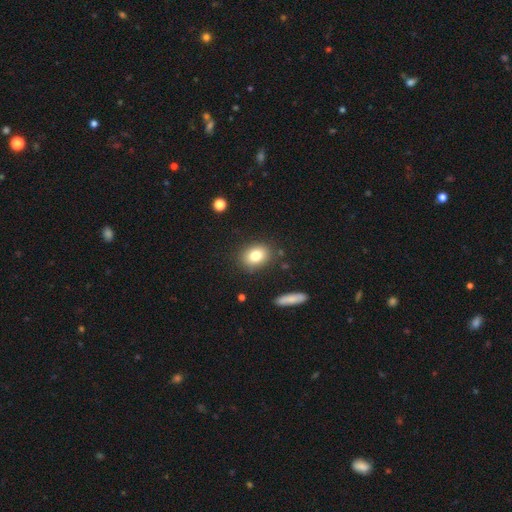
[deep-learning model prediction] Q: Smooth or featured?
A: smooth (81%); runner-up: star or artifact (10%)
Q: How rounded?
A: in between (59%); runner-up: round (39%)
Q: Merging?
A: none (84%); runner-up: minor disturbance (10%)